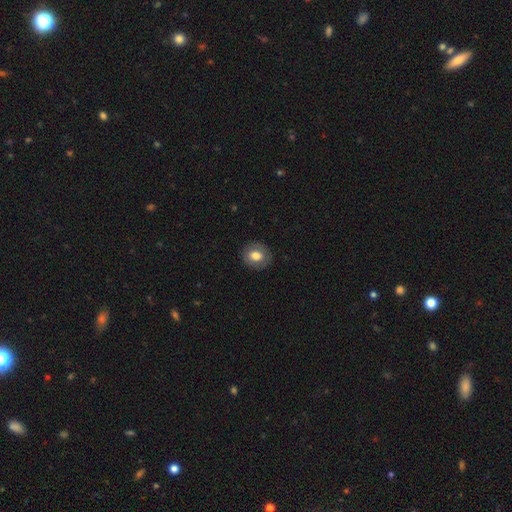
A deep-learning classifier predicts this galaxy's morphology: Overall: smooth (73%). How rounded: round (75%). Merging: none (88%).